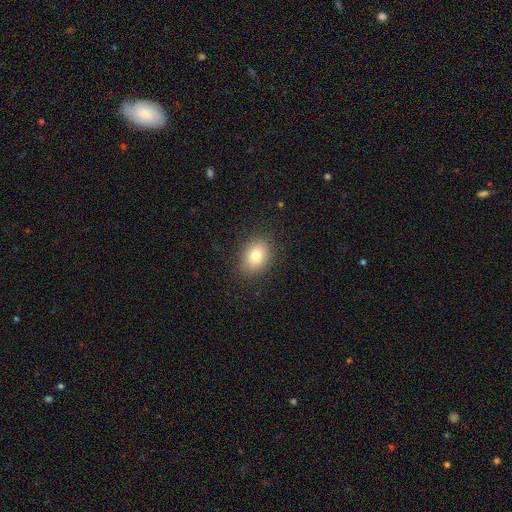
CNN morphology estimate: A smooth galaxy with no disk features (78%) that is in between round and cigar-shaped (62%).

Vote fractions:
- Smooth or featured? smooth: 78% / featured or disk: 11% / star or artifact: 11%
- How rounded? in between: 62% / round: 37% / cigar-shaped: 1%
- Merging? none: 87% / minor disturbance: 9% / major disturbance: 3% / merger: 1%